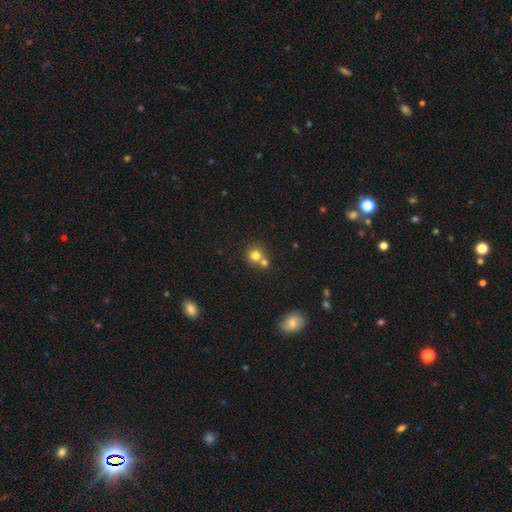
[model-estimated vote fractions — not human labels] A smooth galaxy with no disk features (78%) that is round (89%). Merging: none (50%).